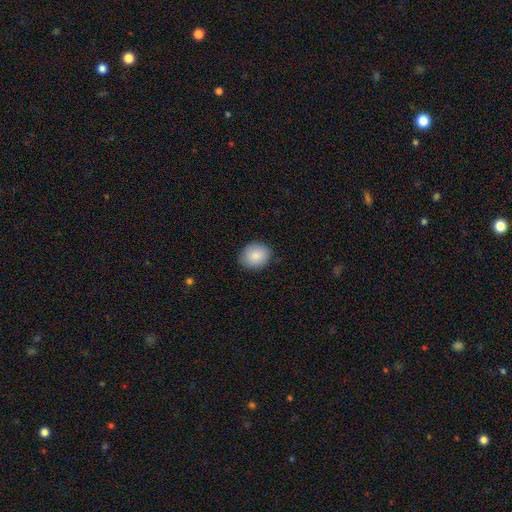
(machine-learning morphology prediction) smooth-or-featured: smooth: 87% | star or artifact: 7% | featured or disk: 6%
  how-rounded: round: 62% | in between: 37% | cigar-shaped: 1%
  merging: none: 86% | minor disturbance: 11% | major disturbance: 2% | merger: 1%